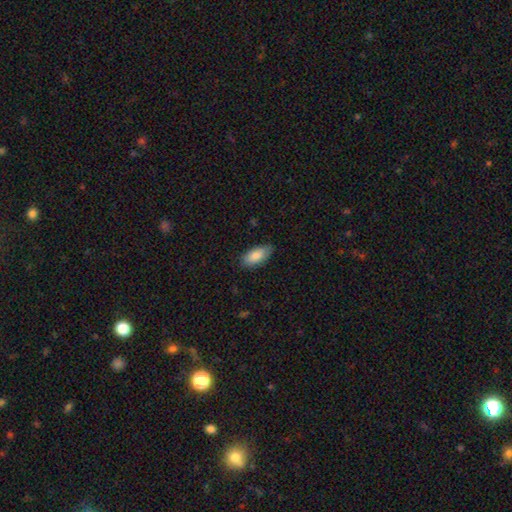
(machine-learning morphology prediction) smooth_or_featured: smooth (p=0.85) [alt: featured or disk p=0.09]
how_rounded: in between (p=0.89) [alt: cigar-shaped p=0.09]
merging: none (p=0.82) [alt: minor disturbance p=0.14]